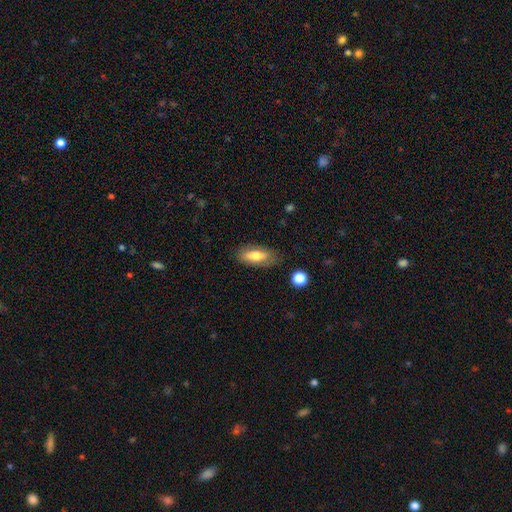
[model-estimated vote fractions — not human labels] Overall: smooth (70%). How rounded: in between (74%). Merging: none (80%).